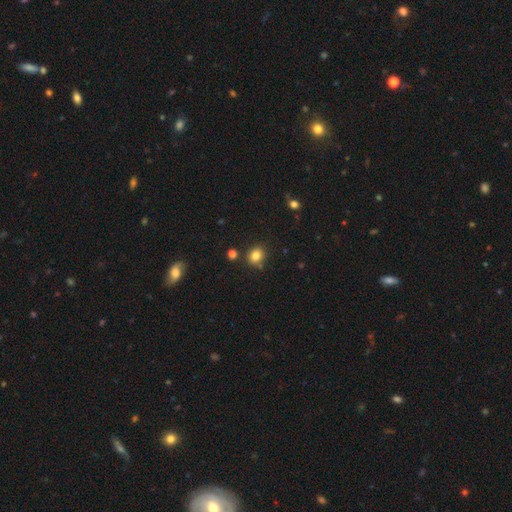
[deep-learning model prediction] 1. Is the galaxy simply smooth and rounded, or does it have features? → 82% smooth, 12% star or artifact, 6% featured or disk.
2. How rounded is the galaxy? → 68% round, 31% in between, 1% cigar-shaped.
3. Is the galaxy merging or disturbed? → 78% none, 12% minor disturbance, 7% merger, 3% major disturbance.